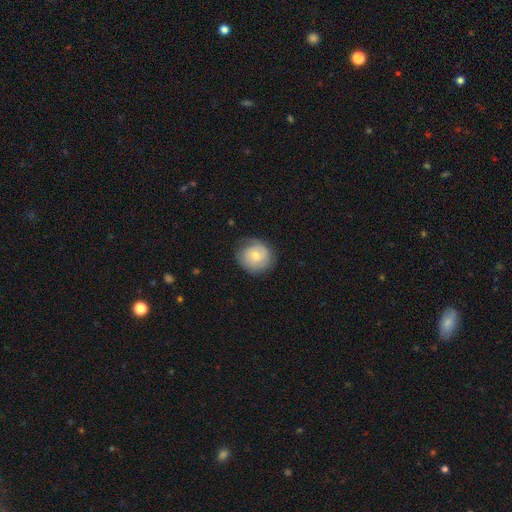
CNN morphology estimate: Smooth or featured? Predicted: smooth (p=0.52). How rounded? Predicted: round (p=0.84). Merging? Predicted: none (p=0.73).